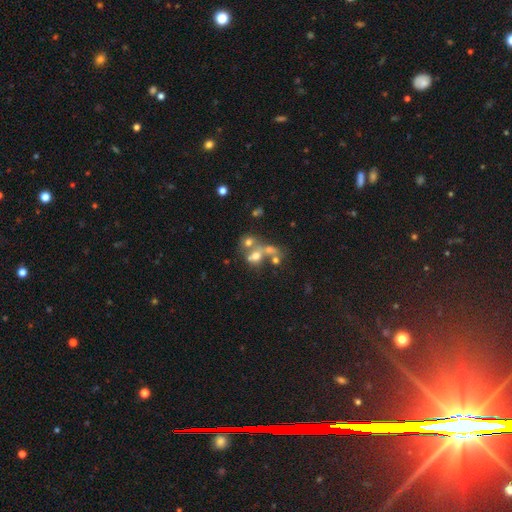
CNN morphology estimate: This appears to be a smooth galaxy with no disk features (50%) that is round (54%). Merging: merger (56%).